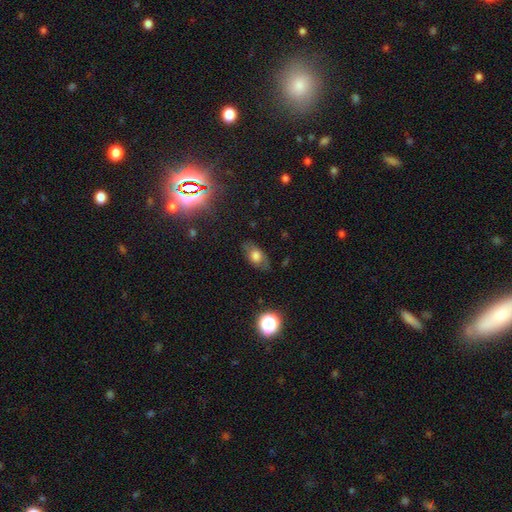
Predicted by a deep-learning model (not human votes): smooth-or-featured: smooth: 59% | featured or disk: 28% | star or artifact: 13%
  how-rounded: in between: 85% | round: 11% | cigar-shaped: 4%
  merging: none: 75% | minor disturbance: 18% | major disturbance: 6% | merger: 1%